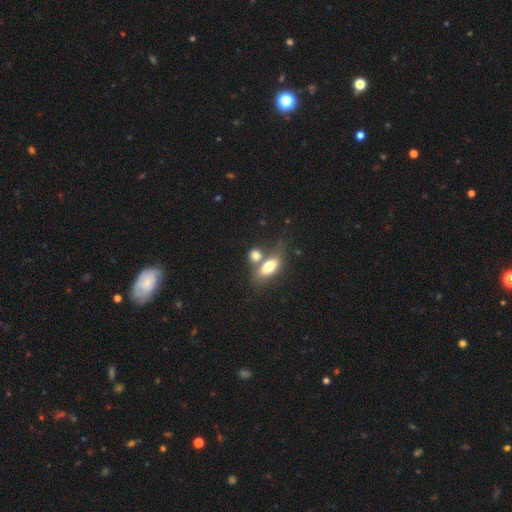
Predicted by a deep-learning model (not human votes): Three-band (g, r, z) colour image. It shows a smooth galaxy with no disk features (73%) that is in between round and cigar-shaped (67%). Merging: none (43%).